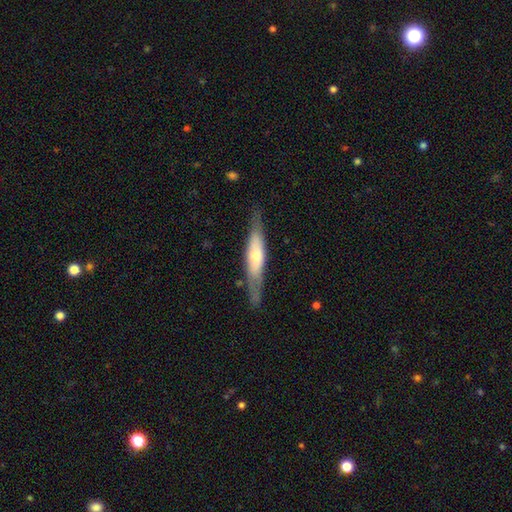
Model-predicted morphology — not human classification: Smooth or featured? featured or disk (53%)
Edge-on disk? yes (80%)
Merging? none (77%)